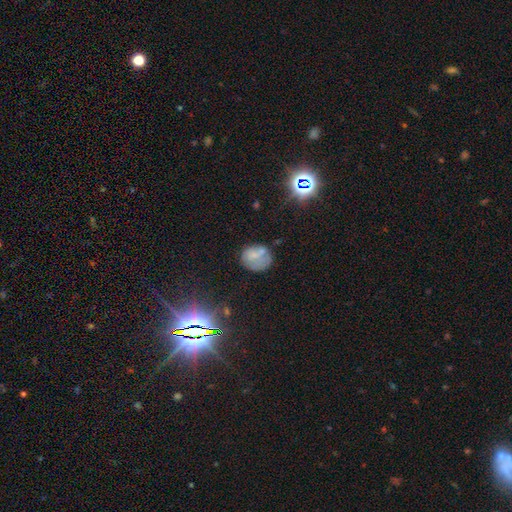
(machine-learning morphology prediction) smooth 60%, featured or disk 26%, star or artifact 14%. Down the decision tree: how rounded — round (66%); merging — none (51%).